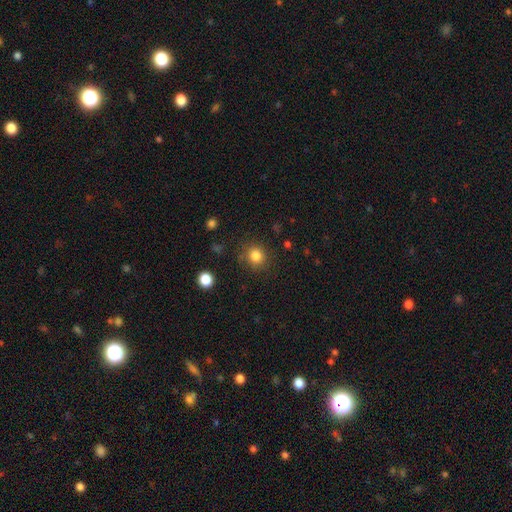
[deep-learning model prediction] Morphology: type=smooth (83%); roundness=round (87%); merging=none (85%).